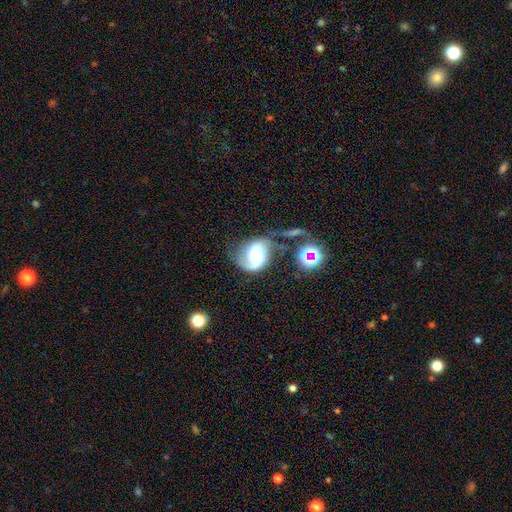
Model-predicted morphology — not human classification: smooth_or_featured: featured or disk (p=0.78) [alt: smooth p=0.14]
disk_edge_on: no (p=0.98) [alt: yes p=0.02]
bar: no (p=0.52) [alt: weak p=0.36]
has_spiral_arms: yes (p=0.95) [alt: no p=0.05]
spiral_winding: medium (p=0.46) [alt: loose p=0.32]
spiral_arm_count: 2 (p=0.78) [alt: 1 p=0.15]
bulge_size: moderate (p=0.29) [alt: small p=0.23]
merging: none (p=0.47) [alt: minor disturbance p=0.22]